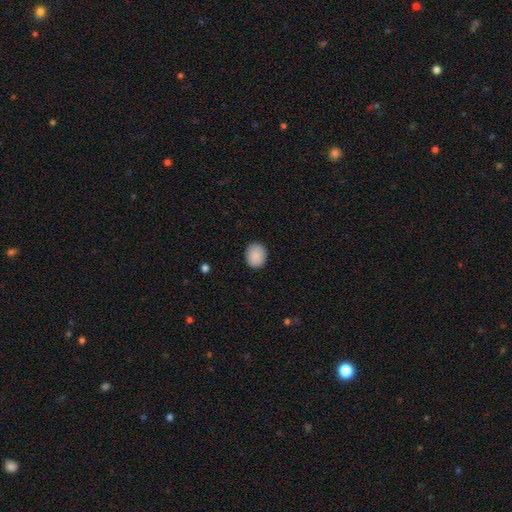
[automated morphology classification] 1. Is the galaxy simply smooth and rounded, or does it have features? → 89% smooth, 7% star or artifact, 3% featured or disk.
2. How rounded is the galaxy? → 67% round, 32% in between, 1% cigar-shaped.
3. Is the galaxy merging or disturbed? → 90% none, 8% minor disturbance, 2% major disturbance, 1% merger.